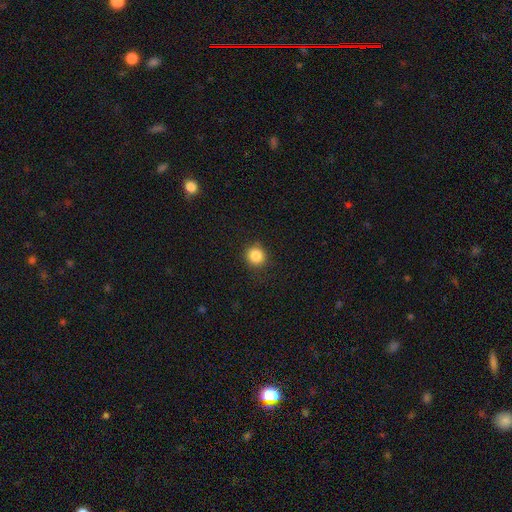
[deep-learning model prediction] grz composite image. It shows a smooth galaxy with no disk features (86%) that is round (91%). Merging: none (88%).